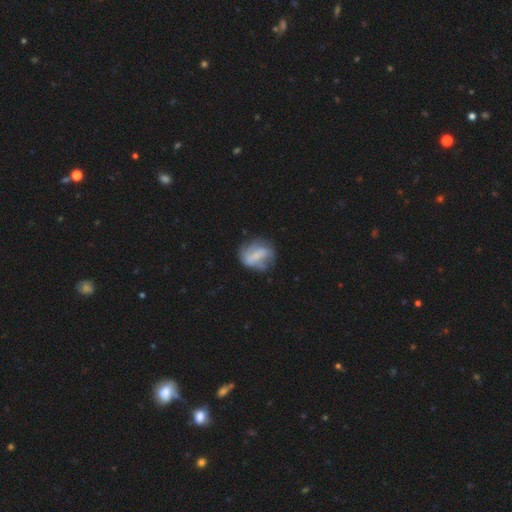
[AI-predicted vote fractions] A smooth galaxy with no disk features (47%).

Vote fractions:
- Smooth or featured? smooth: 47% / featured or disk: 44% / star or artifact: 9%
- Merging? none: 51% / minor disturbance: 27% / major disturbance: 18% / merger: 4%